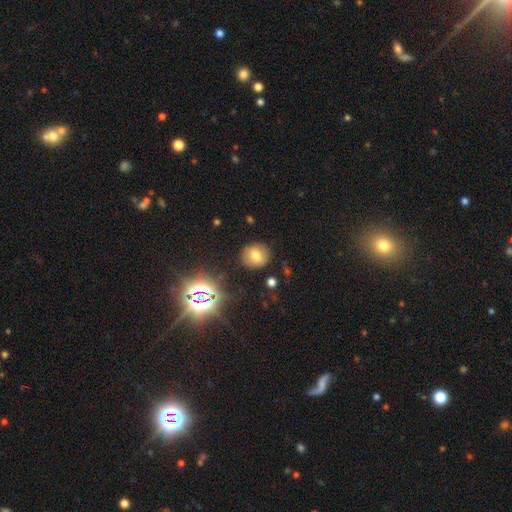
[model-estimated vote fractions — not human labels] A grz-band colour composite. It shows a smooth galaxy with no disk features (68%) that is round (79%). Merging: none (86%).